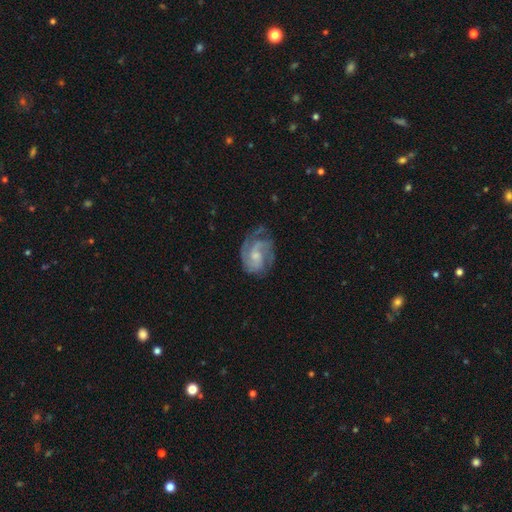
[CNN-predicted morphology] This appears to be a featured or disk galaxy (83%) with no bar (57%), 2 (51%) medium (47%) spiral arms (95%) and a small central bulge (49%). Merging: none (61%).